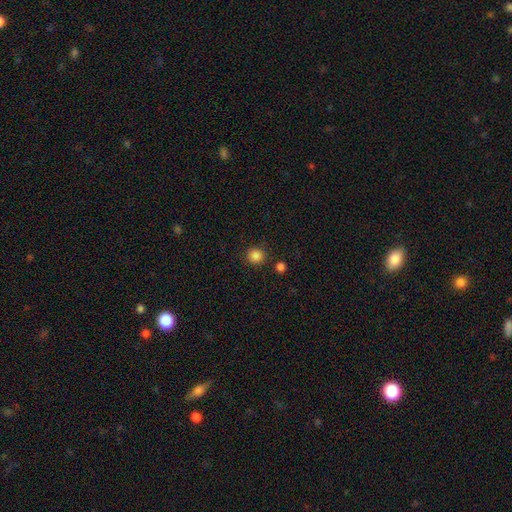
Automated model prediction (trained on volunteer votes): A smooth galaxy with no disk features (86%) that is round (91%).

Vote fractions:
- Smooth or featured? smooth: 86% / star or artifact: 11% / featured or disk: 3%
- How rounded? round: 91% / in between: 8% / cigar-shaped: 1%
- Merging? none: 86% / minor disturbance: 7% / merger: 4% / major disturbance: 3%